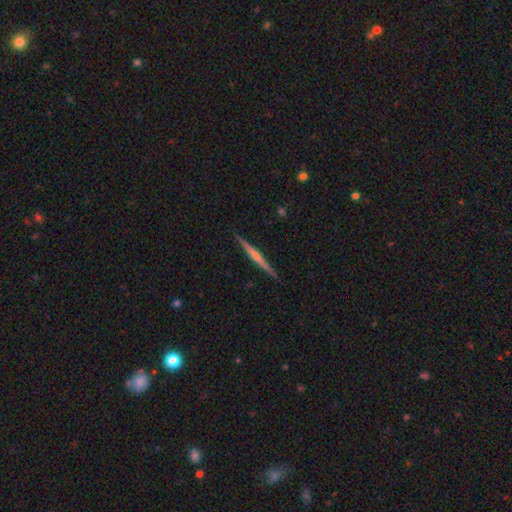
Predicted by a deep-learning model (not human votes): Overall: featured or disk (64%; smooth 30%). Edge-on disk: yes (98%). Edge-on bulge: none (45%; rounded 41%). Merging: none (91%).